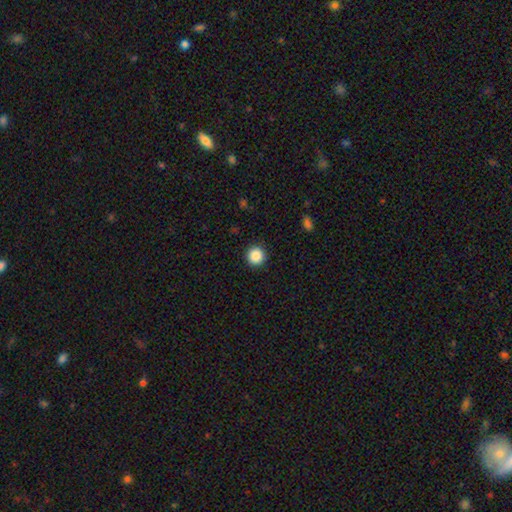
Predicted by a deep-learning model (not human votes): Smooth or featured: smooth — 88% (star or artifact — 10%)
How rounded: round — 96% (in between — 3%)
Merging: none — 92% (minor disturbance — 5%)